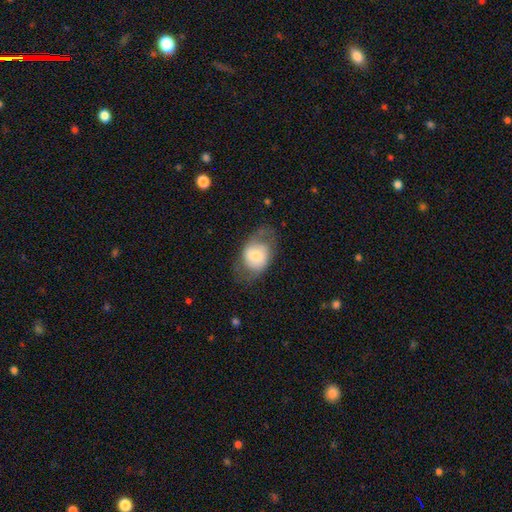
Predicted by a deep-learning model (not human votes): smooth_or_featured: smooth (p=0.57) [alt: featured or disk p=0.35]
how_rounded: in between (p=0.63) [alt: round p=0.36]
merging: none (p=0.56) [alt: minor disturbance p=0.25]